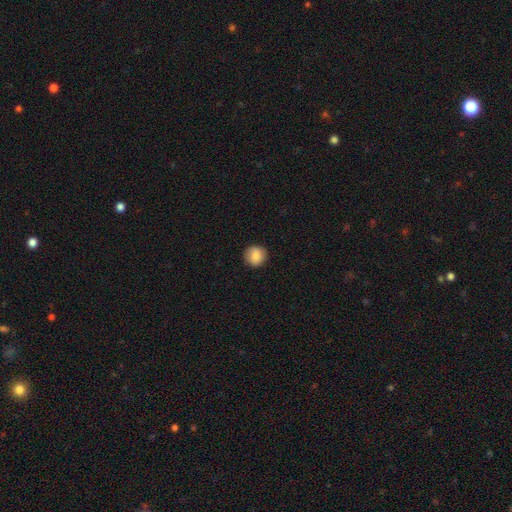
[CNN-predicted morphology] Smooth or featured: smooth — 85% (star or artifact — 8%)
How rounded: round — 92% (in between — 7%)
Merging: none — 89% (minor disturbance — 8%)